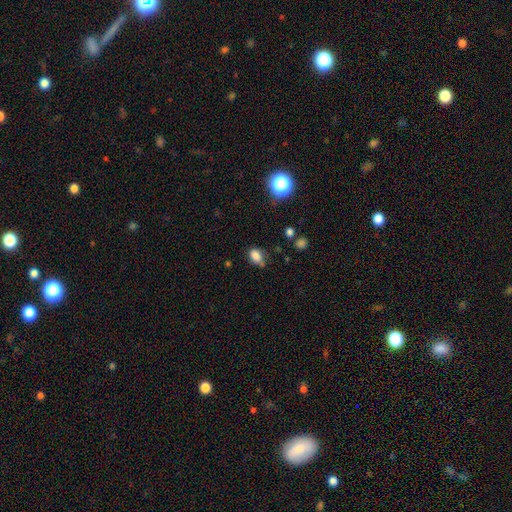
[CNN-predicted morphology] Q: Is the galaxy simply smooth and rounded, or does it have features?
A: smooth — 80%.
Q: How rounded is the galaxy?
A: in between — 73%.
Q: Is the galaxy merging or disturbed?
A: none — 54%.